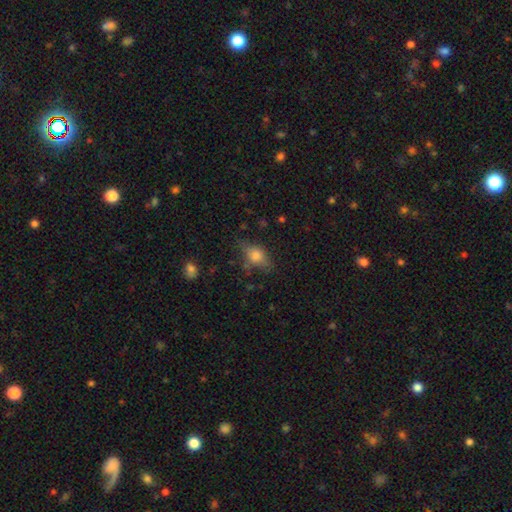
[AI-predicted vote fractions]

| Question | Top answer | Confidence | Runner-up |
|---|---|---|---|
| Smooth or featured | smooth | 68% | featured or disk (22%) |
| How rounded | in between | 77% | round (15%) |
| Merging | none | 67% | minor disturbance (23%) |